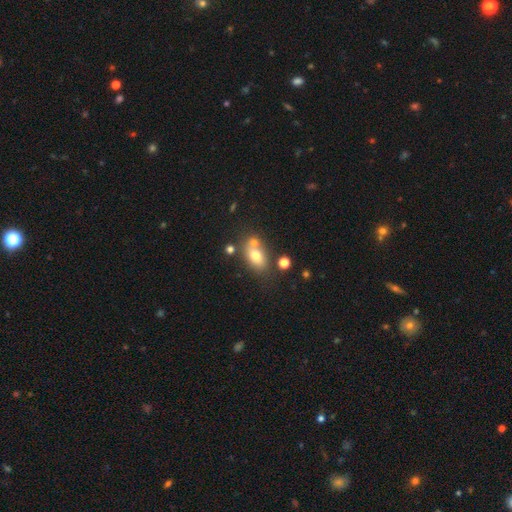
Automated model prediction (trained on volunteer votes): Smooth or featured? Predicted: smooth (p=0.70). How rounded? Predicted: in between (p=0.78). Merging? Predicted: none (p=0.53).